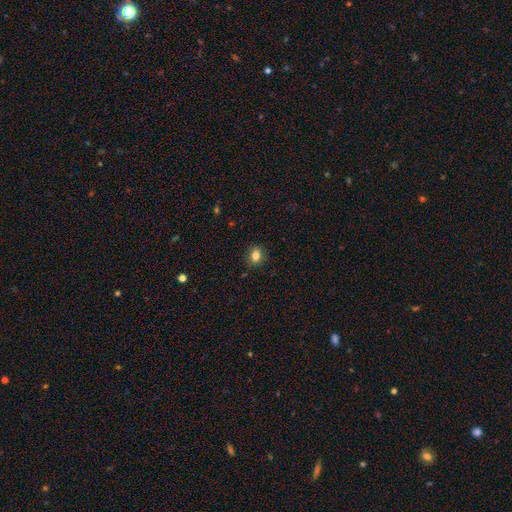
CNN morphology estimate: smooth-or-featured: smooth: 82% | star or artifact: 11% | featured or disk: 7%
  how-rounded: in between: 55% | round: 44% | cigar-shaped: 1%
  merging: none: 87% | minor disturbance: 9% | major disturbance: 2% | merger: 1%